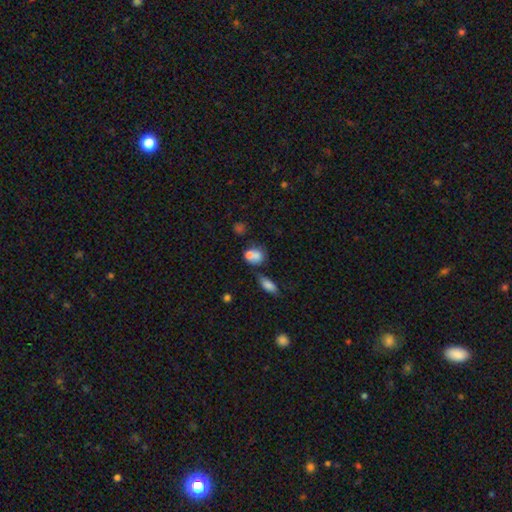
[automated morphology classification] This is likely a smooth galaxy (74%). How rounded: possibly round (51%). Merging: possibly merger (47%).